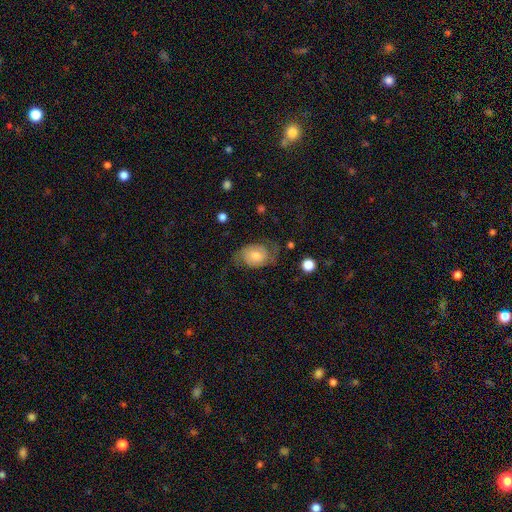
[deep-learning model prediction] A featured or disk galaxy (61%) with no bar (72%), 2 (82%) medium (40%) spiral arms (87%) and a moderate central bulge (59%).

Vote fractions:
- Smooth or featured? featured or disk: 61% / smooth: 29% / star or artifact: 9%
- Edge-on disk? no: 96% / yes: 4%
- Bar? no: 72% / weak: 24% / strong: 4%
- Spiral arms? yes: 87% / no: 13%
- Spiral winding? medium: 40% / loose: 32% / tight: 28%
- Spiral arm count? 2: 82% / can't tell: 10% / 1: 4% / 3: 2% / 4: 1% / more than 4: 1%
- Bulge size? moderate: 59% / small: 28% / large: 9% / none: 3% / dominant: 2%
- Merging? none: 60% / minor disturbance: 22% / major disturbance: 17% / merger: 2%